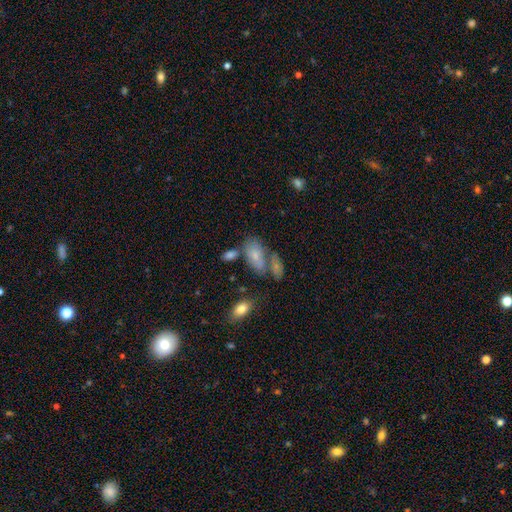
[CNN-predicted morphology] Q: Smooth or featured?
A: smooth (69%); runner-up: featured or disk (22%)
Q: How rounded?
A: in between (91%); runner-up: round (5%)
Q: Merging?
A: none (44%); runner-up: merger (30%)